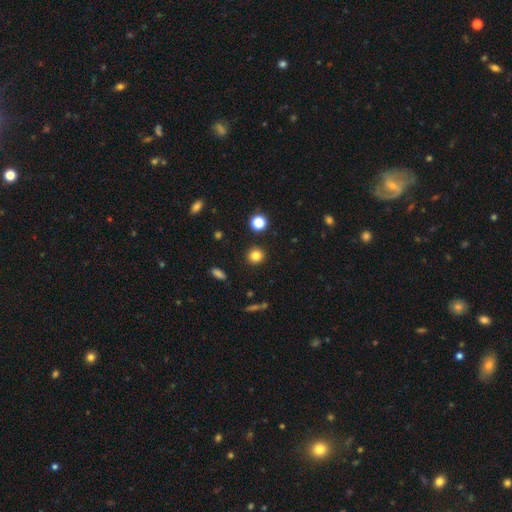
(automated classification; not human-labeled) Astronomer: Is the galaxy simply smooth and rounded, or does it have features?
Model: smooth — 82%.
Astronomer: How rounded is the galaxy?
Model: round — 90%.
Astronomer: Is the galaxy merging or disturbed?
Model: none — 91%.